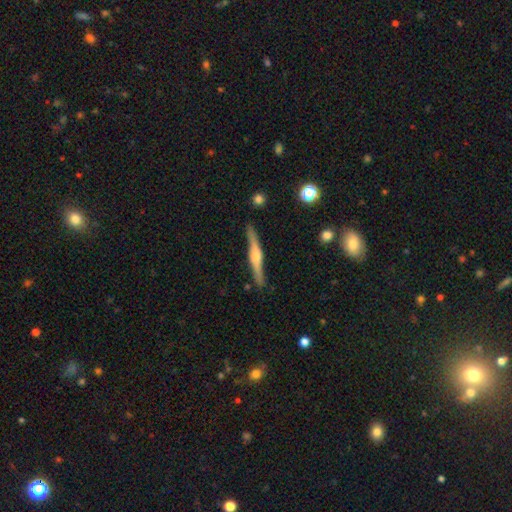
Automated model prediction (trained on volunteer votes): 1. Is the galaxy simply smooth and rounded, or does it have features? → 71% featured or disk, 24% smooth, 5% star or artifact.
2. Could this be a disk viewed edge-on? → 97% yes, 3% no.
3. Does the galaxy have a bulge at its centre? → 82% rounded, 11% boxy, 7% none.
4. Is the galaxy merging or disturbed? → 88% none, 9% minor disturbance, 2% major disturbance, 2% merger.